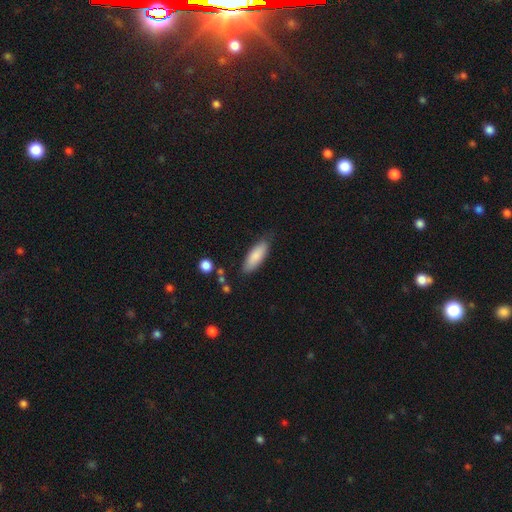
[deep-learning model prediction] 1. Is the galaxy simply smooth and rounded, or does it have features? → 85% smooth, 9% featured or disk, 6% star or artifact.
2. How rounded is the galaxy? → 66% in between, 33% cigar-shaped, 2% round.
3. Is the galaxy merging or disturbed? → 78% none, 17% minor disturbance, 3% major disturbance, 2% merger.